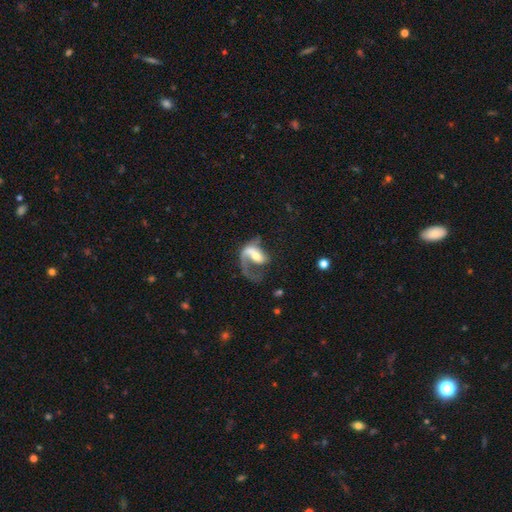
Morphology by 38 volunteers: type=featured or disk (74%); edge-on=no (89%); bar=weak (56%); spiral arms=yes (92%); winding=loose (43%); arm count=1 (87%); bulge=moderate (48%); merging=major disturbance (53%).